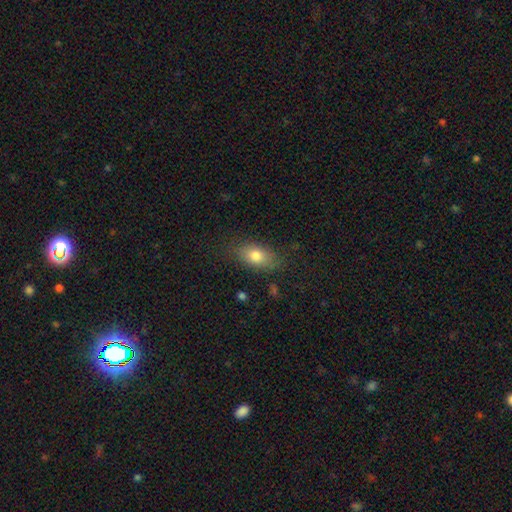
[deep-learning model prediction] Q: Smooth or featured?
A: smooth (79%); runner-up: featured or disk (12%)
Q: How rounded?
A: in between (83%); runner-up: round (12%)
Q: Merging?
A: none (79%); runner-up: minor disturbance (15%)